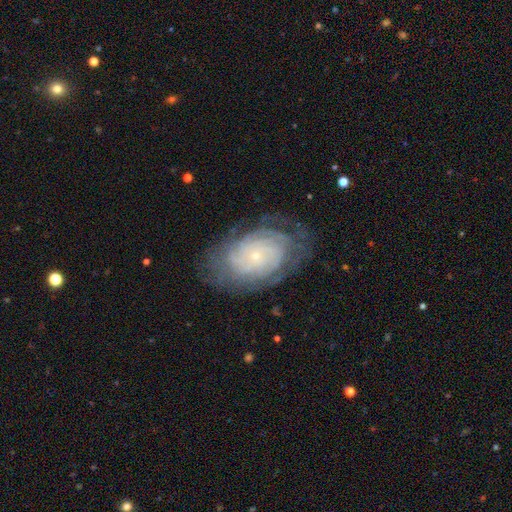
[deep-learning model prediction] This appears to be a featured or disk galaxy (75%) with no bar (85%), tight (78%) spiral arms (88%) and a small central bulge (88%). Merging: none (73%).